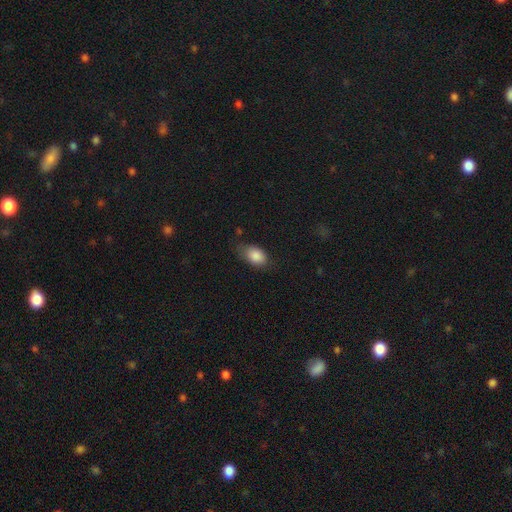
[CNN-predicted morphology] Smooth or featured?
  - smooth: 86% *
  - star or artifact: 7%
  - featured or disk: 6%
How rounded?
  - in between: 85% *
  - round: 13%
  - cigar-shaped: 2%
Merging?
  - none: 65% *
  - minor disturbance: 27%
  - major disturbance: 7%
  - merger: 2%